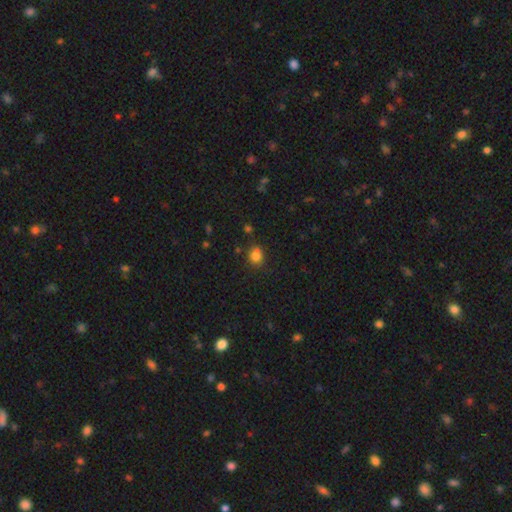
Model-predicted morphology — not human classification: Smooth or featured?
  - smooth: 81% *
  - star or artifact: 13%
  - featured or disk: 5%
How rounded?
  - round: 57% *
  - in between: 42%
  - cigar-shaped: 1%
Merging?
  - none: 72% *
  - minor disturbance: 18%
  - merger: 5%
  - major disturbance: 4%